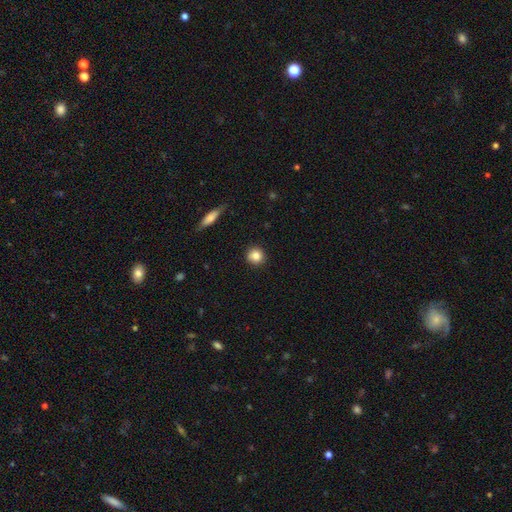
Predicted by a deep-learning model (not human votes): Overall: smooth (84%). How rounded: round (91%). Merging: none (87%).